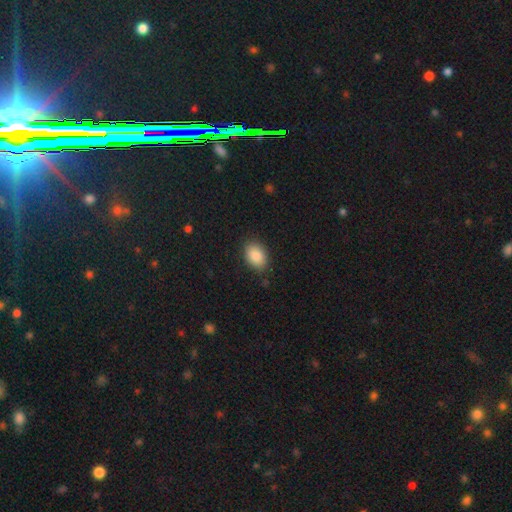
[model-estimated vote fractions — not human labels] smooth 88%, star or artifact 7%, featured or disk 5%. Down the decision tree: how rounded — in between (82%); merging — none (85%).